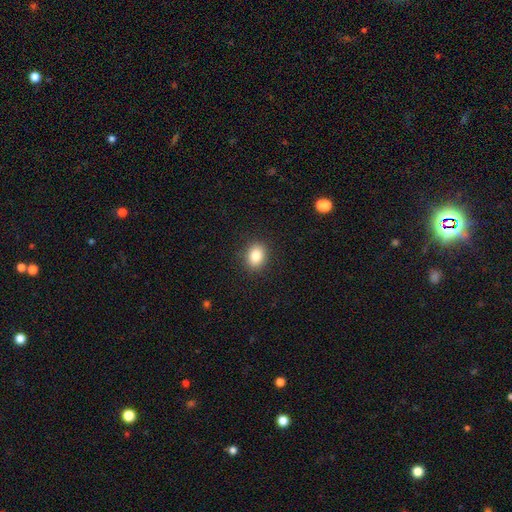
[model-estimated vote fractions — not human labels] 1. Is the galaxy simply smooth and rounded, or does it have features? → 84% smooth, 10% star or artifact, 7% featured or disk.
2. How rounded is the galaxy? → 53% in between, 46% round, 1% cigar-shaped.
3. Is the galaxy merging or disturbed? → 89% none, 8% minor disturbance, 2% major disturbance, 1% merger.